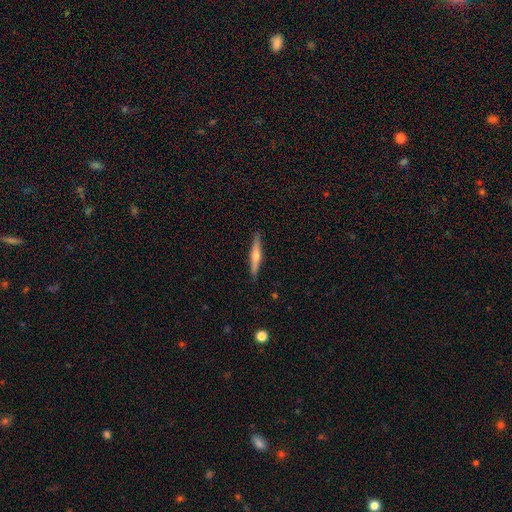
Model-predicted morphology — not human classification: The model was most divided on "smooth or featured": featured or disk: 61%, smooth: 32%, star or artifact: 6%. More confident: edge-on disk — yes (97%); merging — none (90%); edge-on bulge — rounded (82%).